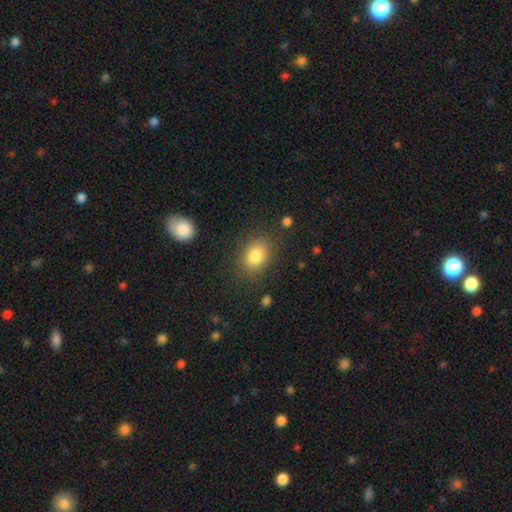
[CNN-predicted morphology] Smooth or featured?
  - smooth: 83% *
  - star or artifact: 9%
  - featured or disk: 8%
How rounded?
  - in between: 65% *
  - round: 34%
  - cigar-shaped: 1%
Merging?
  - none: 81% *
  - minor disturbance: 12%
  - major disturbance: 5%
  - merger: 2%